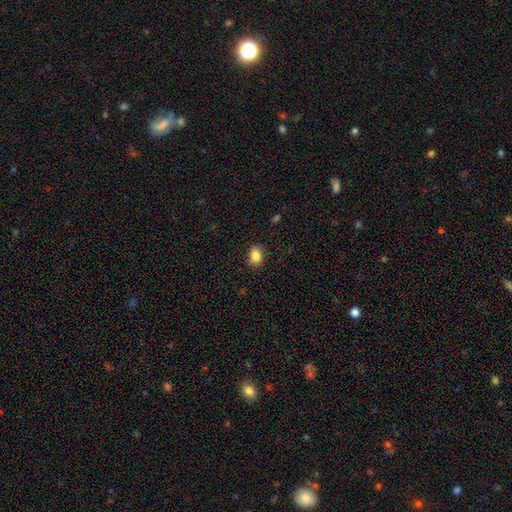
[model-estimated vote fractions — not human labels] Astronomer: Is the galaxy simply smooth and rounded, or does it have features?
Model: smooth — 85%.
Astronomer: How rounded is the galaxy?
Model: in between — 76%.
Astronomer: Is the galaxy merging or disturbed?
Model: none — 84%.